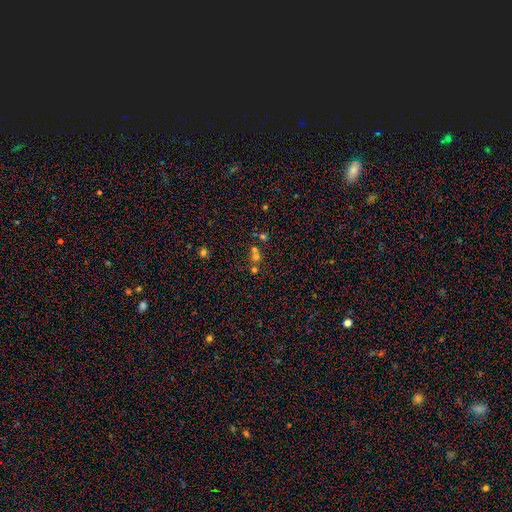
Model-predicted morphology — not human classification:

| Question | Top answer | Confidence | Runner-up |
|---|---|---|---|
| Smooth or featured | smooth | 50% | star or artifact (36%) |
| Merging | none | 49% | merger (41%) |